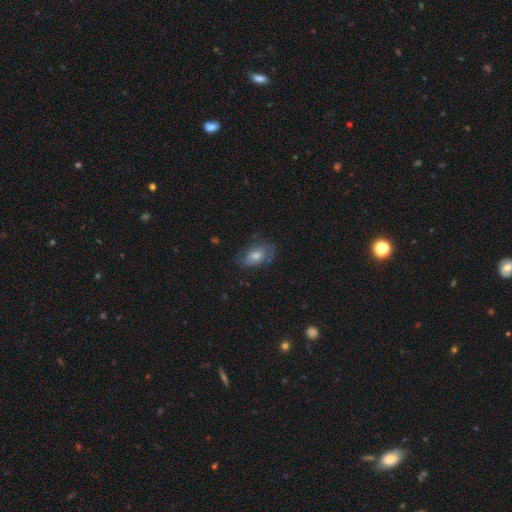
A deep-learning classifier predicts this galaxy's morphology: smooth_or_featured: smooth (p=0.48) [alt: featured or disk p=0.40]
merging: none (p=0.69) [alt: minor disturbance p=0.21]